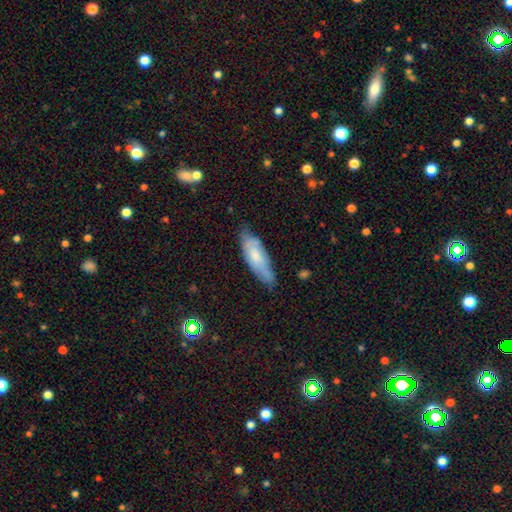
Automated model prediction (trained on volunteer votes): smooth_or_featured: smooth (p=0.63) [alt: featured or disk p=0.30]
how_rounded: in between (p=0.59) [alt: cigar-shaped p=0.39]
merging: none (p=0.67) [alt: minor disturbance p=0.26]